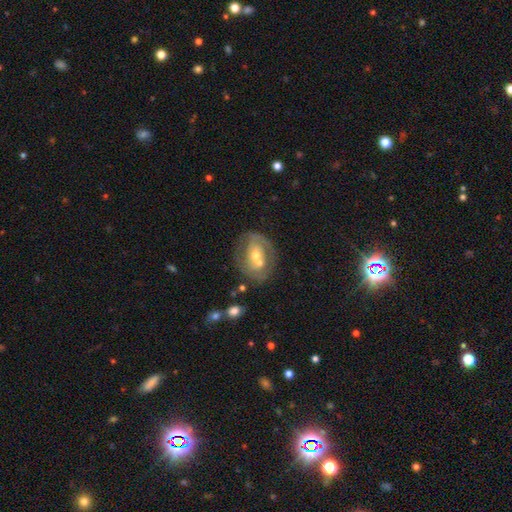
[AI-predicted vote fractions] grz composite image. It shows a featured or disk galaxy (64%) with no bar (70%), spiral arms (52%) and a moderate central bulge (60%). Merging: none (45%).